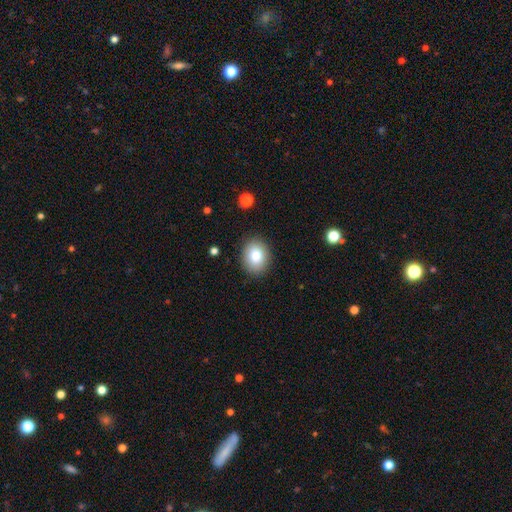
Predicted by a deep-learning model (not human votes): A smooth galaxy with no disk features (83%) that is in between round and cigar-shaped (54%).

Vote fractions:
- Smooth or featured? smooth: 83% / featured or disk: 8% / star or artifact: 8%
- How rounded? in between: 54% / round: 45% / cigar-shaped: 1%
- Merging? none: 88% / minor disturbance: 9% / major disturbance: 2% / merger: 1%